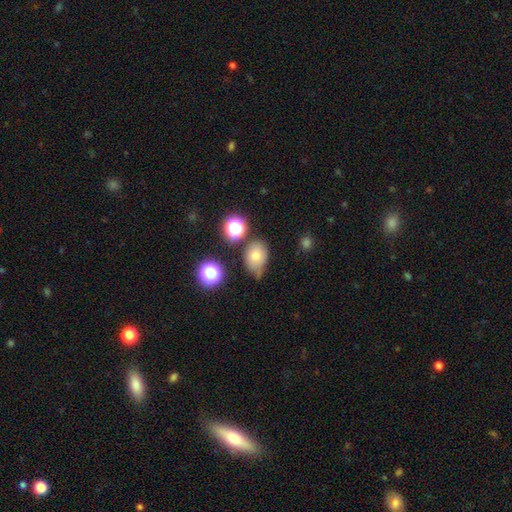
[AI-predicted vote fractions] Smooth or featured: smooth — 65% (star or artifact — 18%)
How rounded: in between — 64% (round — 35%)
Merging: none — 54% (minor disturbance — 31%)